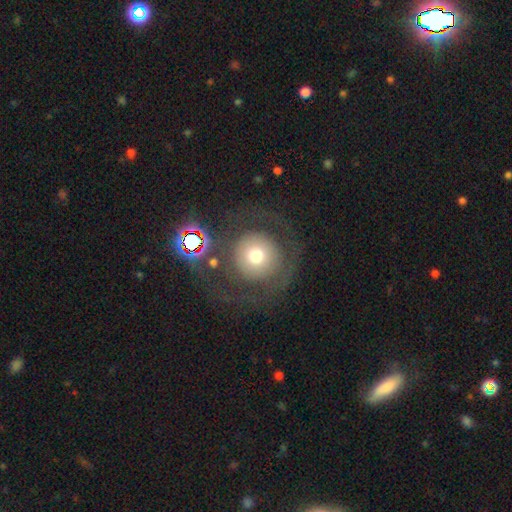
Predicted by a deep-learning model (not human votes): Smooth or featured?
  - smooth: 55% *
  - featured or disk: 32%
  - star or artifact: 12%
How rounded?
  - round: 94% *
  - in between: 5%
  - cigar-shaped: 1%
Merging?
  - none: 65% *
  - major disturbance: 19%
  - minor disturbance: 12%
  - merger: 4%